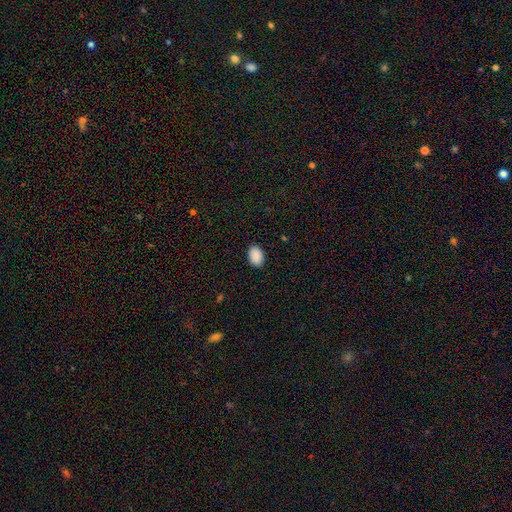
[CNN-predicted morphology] Smooth or featured?
  - smooth: 90% *
  - star or artifact: 7%
  - featured or disk: 2%
How rounded?
  - in between: 83% *
  - round: 16%
  - cigar-shaped: 1%
Merging?
  - none: 89% *
  - minor disturbance: 8%
  - major disturbance: 2%
  - merger: 1%